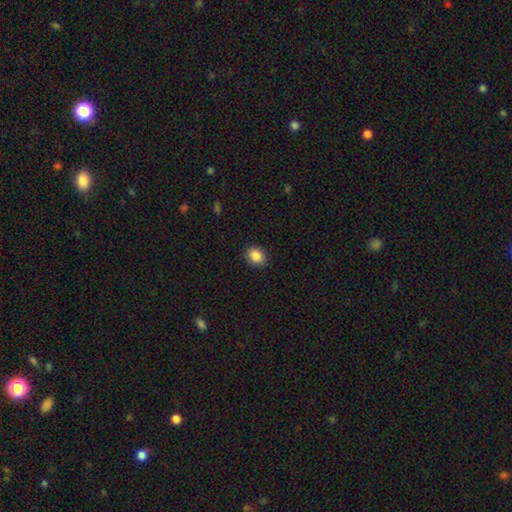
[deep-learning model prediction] A smooth galaxy with no disk features (88%) that is in between round and cigar-shaped (51%).

Vote fractions:
- Smooth or featured? smooth: 88% / star or artifact: 9% / featured or disk: 4%
- How rounded? in between: 51% / round: 48% / cigar-shaped: 1%
- Merging? none: 89% / minor disturbance: 8% / major disturbance: 2% / merger: 1%